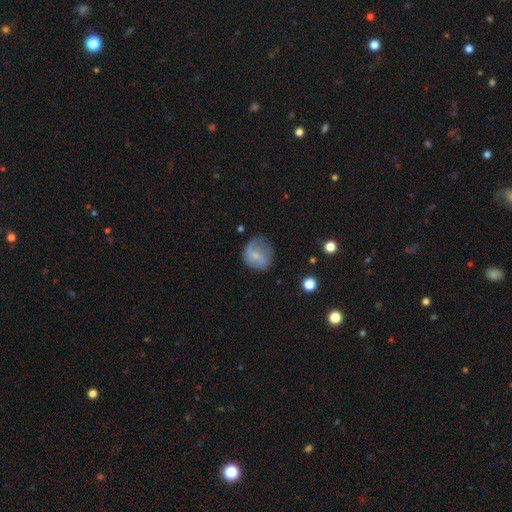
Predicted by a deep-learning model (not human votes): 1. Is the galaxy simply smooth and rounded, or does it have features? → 54% smooth, 38% featured or disk, 8% star or artifact.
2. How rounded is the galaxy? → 75% round, 24% in between, 1% cigar-shaped.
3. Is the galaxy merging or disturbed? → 58% none, 26% minor disturbance, 13% major disturbance, 2% merger.